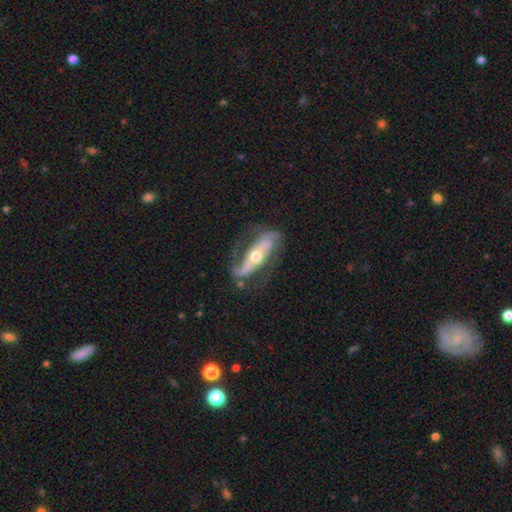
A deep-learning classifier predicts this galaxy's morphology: Q: Smooth or featured?
A: featured or disk (85%); runner-up: smooth (10%)
Q: Edge-on disk?
A: no (85%); runner-up: yes (15%)
Q: Bar?
A: strong (49%); runner-up: no (31%)
Q: Spiral arms?
A: yes (92%); runner-up: no (8%)
Q: Spiral winding?
A: medium (40%); runner-up: loose (38%)
Q: Spiral arm count?
A: 2 (89%); runner-up: can't tell (5%)
Q: Bulge size?
A: moderate (64%); runner-up: small (29%)
Q: Merging?
A: none (71%); runner-up: minor disturbance (17%)